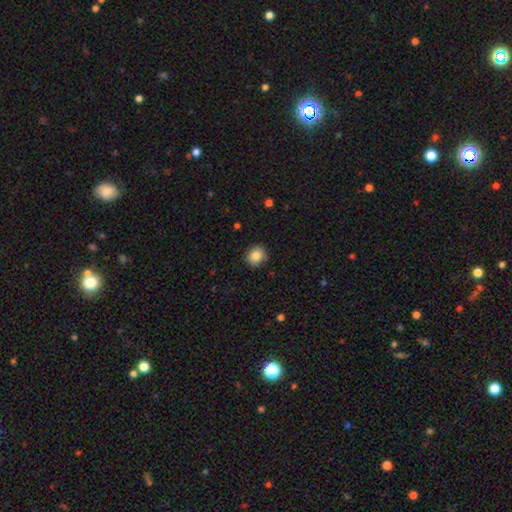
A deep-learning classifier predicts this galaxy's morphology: Overall: smooth (85%). How rounded: round (83%). Merging: none (86%).